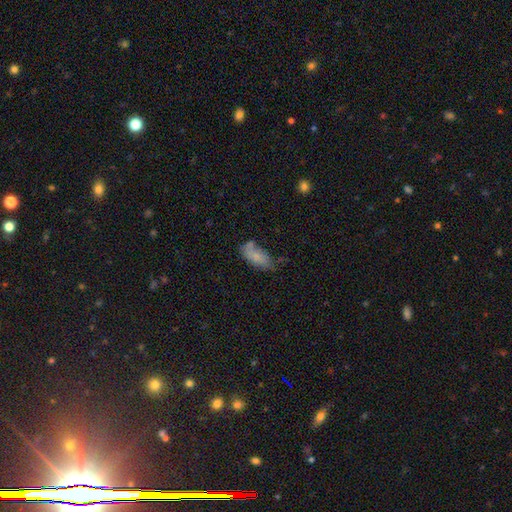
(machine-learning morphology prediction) Smooth or featured? smooth (77%)
How rounded? in between (88%)
Merging? none (49%)